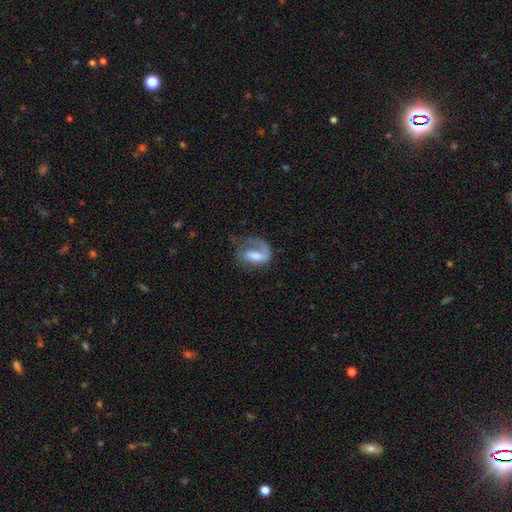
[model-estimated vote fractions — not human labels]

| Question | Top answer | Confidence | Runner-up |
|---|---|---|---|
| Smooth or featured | featured or disk | 58% | smooth (35%) |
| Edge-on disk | no | 96% | yes (4%) |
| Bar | weak | 40% | no (37%) |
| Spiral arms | yes | 82% | no (18%) |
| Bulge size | moderate | 37% | large (23%) |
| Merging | major disturbance | 39% | none (38%) |